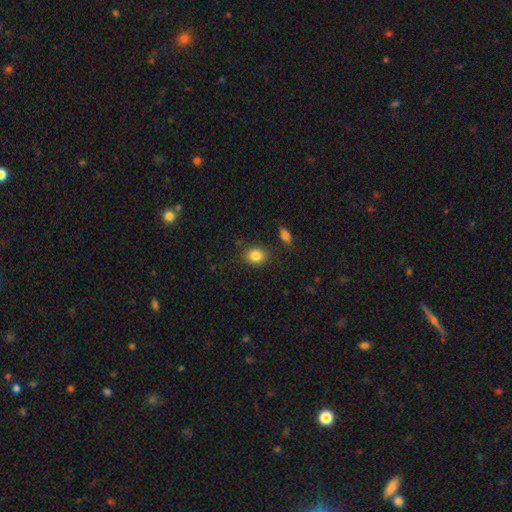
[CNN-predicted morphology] This is clearly a smooth galaxy (84%). How rounded: likely round (60%). Merging: clearly none (81%).